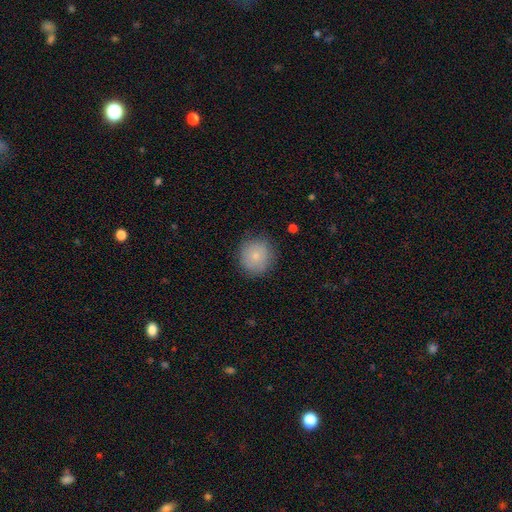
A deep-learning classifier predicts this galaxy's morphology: A smooth galaxy with no disk features (81%) that is round (91%).

Vote fractions:
- Smooth or featured? smooth: 81% / featured or disk: 11% / star or artifact: 8%
- How rounded? round: 91% / in between: 8% / cigar-shaped: 1%
- Merging? none: 84% / minor disturbance: 12% / major disturbance: 3% / merger: 1%